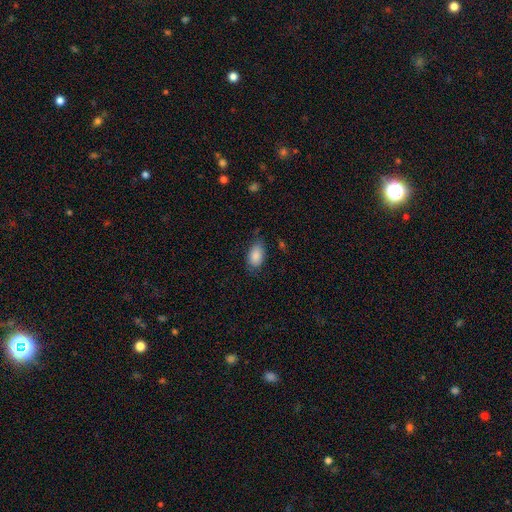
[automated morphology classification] smooth 87%, star or artifact 7%, featured or disk 6%. Down the decision tree: how rounded — in between (92%); merging — none (70%).